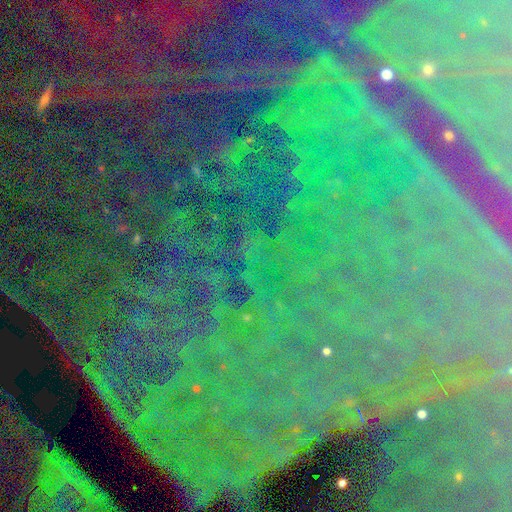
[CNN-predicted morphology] Q: Smooth or featured?
A: star or artifact (86%); runner-up: featured or disk (7%)